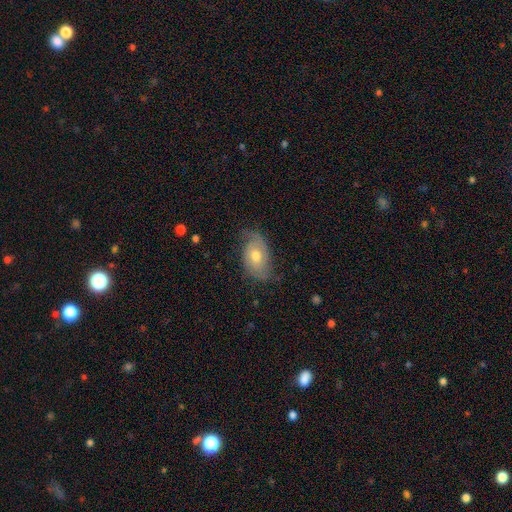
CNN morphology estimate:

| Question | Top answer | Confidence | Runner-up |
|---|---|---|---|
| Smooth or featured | featured or disk | 57% | smooth (35%) |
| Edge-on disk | no | 93% | yes (7%) |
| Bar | no | 75% | weak (21%) |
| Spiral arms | yes | 80% | no (20%) |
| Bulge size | moderate | 74% | small (18%) |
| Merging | none | 61% | minor disturbance (27%) |